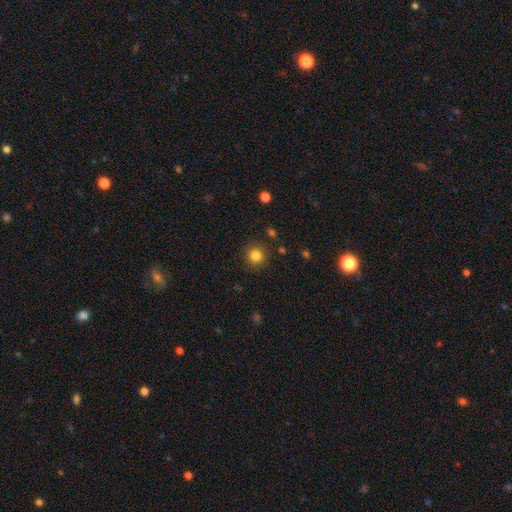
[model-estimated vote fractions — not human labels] This is clearly a smooth galaxy (83%). How rounded: clearly round (92%). Merging: clearly none (88%).